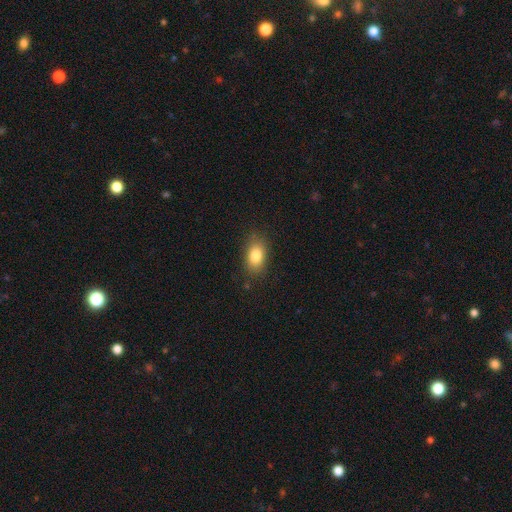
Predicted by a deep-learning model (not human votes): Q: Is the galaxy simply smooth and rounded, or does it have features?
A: smooth — 82%.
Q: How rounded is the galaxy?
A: in between — 85%.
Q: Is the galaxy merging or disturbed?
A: none — 83%.